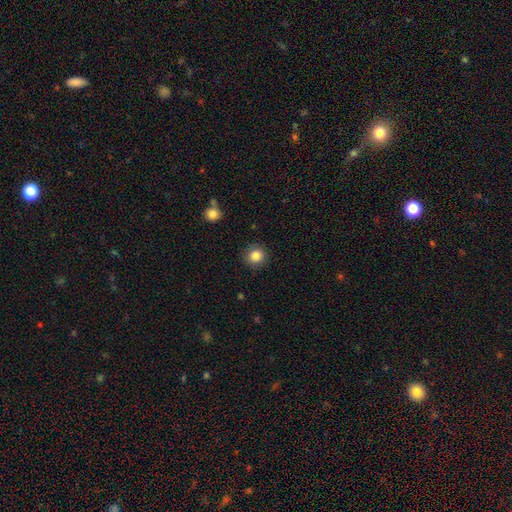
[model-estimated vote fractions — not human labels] Morphology: type=smooth (84%); roundness=round (91%); merging=none (90%).